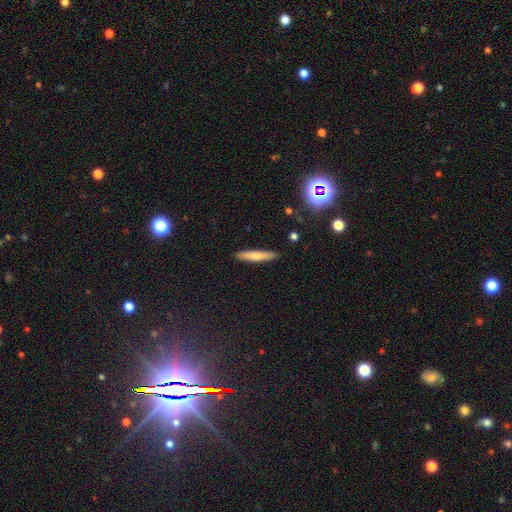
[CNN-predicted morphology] smooth-or-featured: smooth: 70% | featured or disk: 23% | star or artifact: 7%
  how-rounded: cigar-shaped: 91% | in between: 7% | round: 1%
  merging: none: 90% | minor disturbance: 7% | major disturbance: 2% | merger: 1%